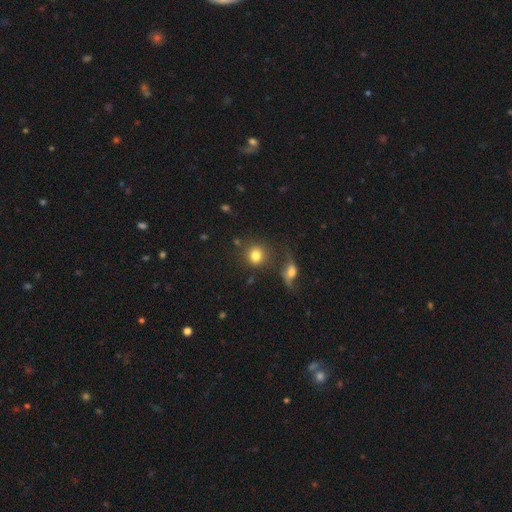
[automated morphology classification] type=smooth (79%); roundness=round (85%); merging=none (68%).